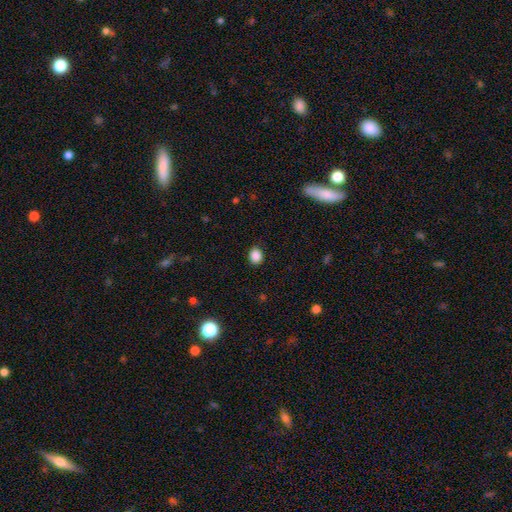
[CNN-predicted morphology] Q: Smooth or featured?
A: smooth (88%); runner-up: star or artifact (9%)
Q: How rounded?
A: round (57%); runner-up: in between (42%)
Q: Merging?
A: none (89%); runner-up: minor disturbance (8%)